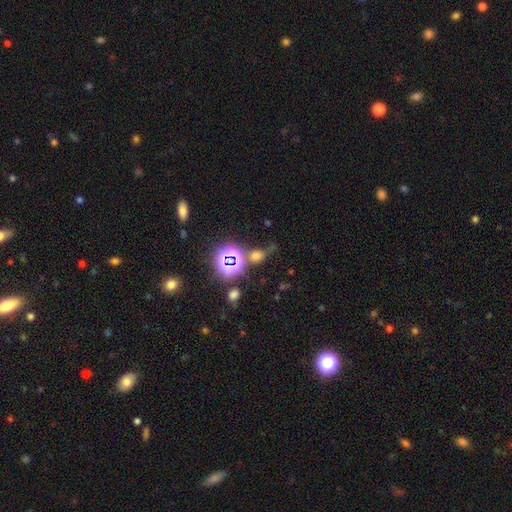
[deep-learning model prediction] A smooth galaxy with no disk features (45%).

Vote fractions:
- Smooth or featured? smooth: 45% / star or artifact: 43% / featured or disk: 12%
- Merging? none: 56% / minor disturbance: 17% / merger: 15% / major disturbance: 12%